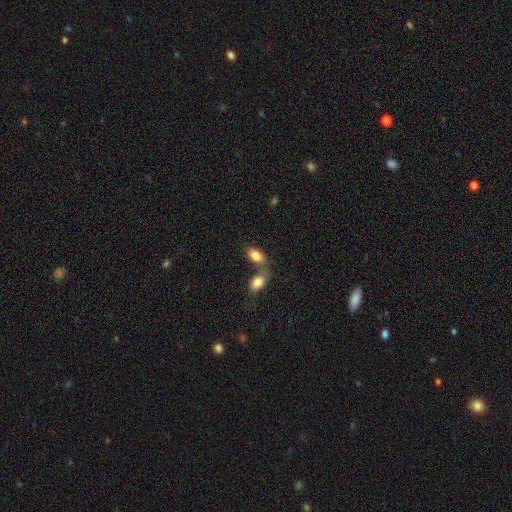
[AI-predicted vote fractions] This appears to be a smooth galaxy with no disk features (83%) that is in between round and cigar-shaped (91%). Merging: merger (44%).